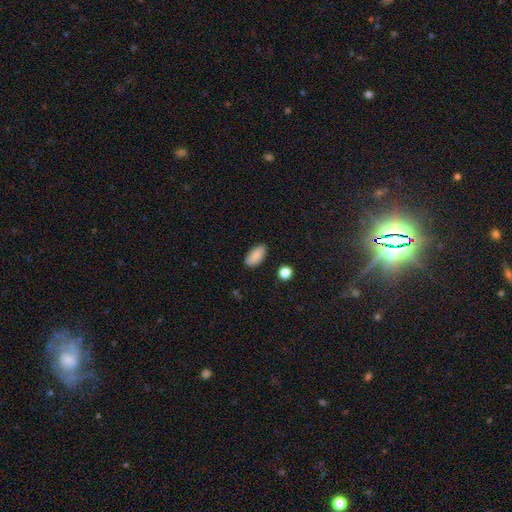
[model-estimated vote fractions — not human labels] A smooth galaxy with no disk features (86%) that is in between round and cigar-shaped (91%).

Vote fractions:
- Smooth or featured? smooth: 86% / star or artifact: 8% / featured or disk: 6%
- How rounded? in between: 91% / cigar-shaped: 6% / round: 3%
- Merging? none: 82% / minor disturbance: 14% / major disturbance: 3% / merger: 2%